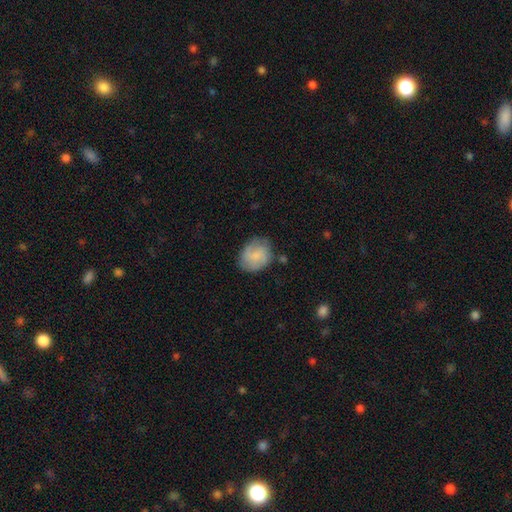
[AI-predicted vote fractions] A smooth galaxy with no disk features (60%) that is round (55%).

Vote fractions:
- Smooth or featured? smooth: 60% / featured or disk: 33% / star or artifact: 7%
- How rounded? round: 55% / in between: 44% / cigar-shaped: 1%
- Merging? none: 68% / minor disturbance: 22% / major disturbance: 7% / merger: 3%